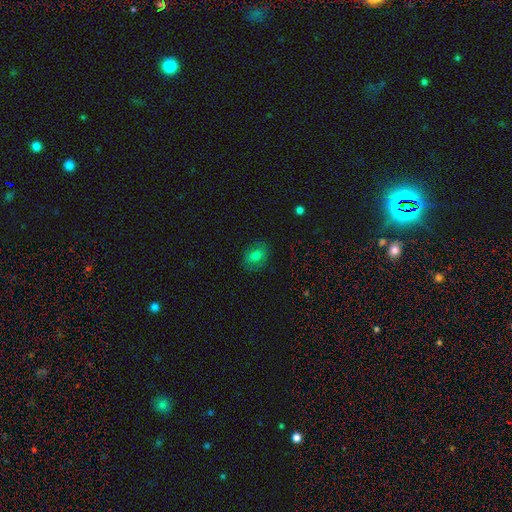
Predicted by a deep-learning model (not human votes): The model was most divided on "how rounded": in between: 66%, round: 33%, cigar-shaped: 1%. More confident: merging — none (81%); smooth or featured — smooth (72%).